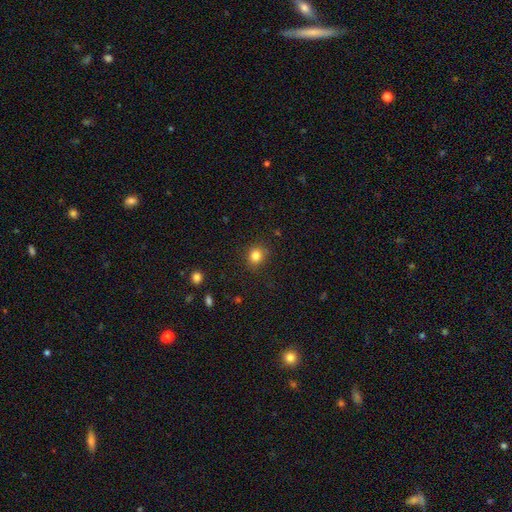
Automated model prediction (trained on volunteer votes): Smooth or featured? Predicted: smooth (p=0.83). How rounded? Predicted: round (p=0.80). Merging? Predicted: none (p=0.86).